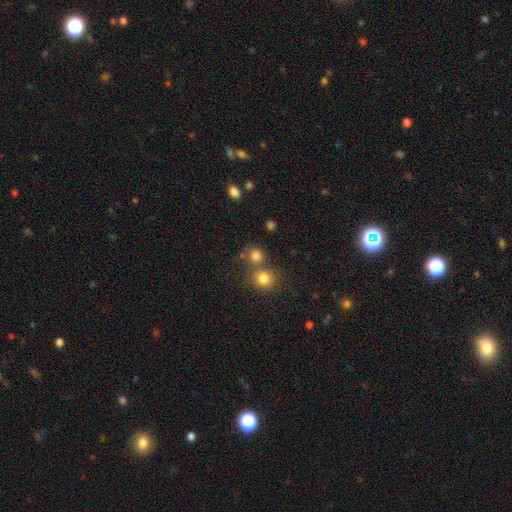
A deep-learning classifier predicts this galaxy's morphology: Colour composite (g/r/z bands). It shows a smooth galaxy with no disk features (80%) that is round (84%). Merging: none (57%).